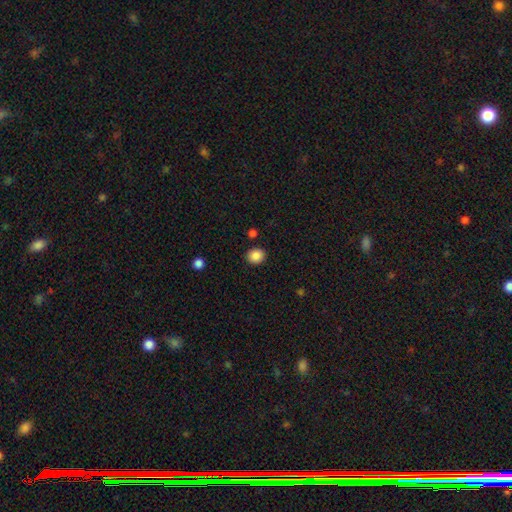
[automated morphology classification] smooth 87%, star or artifact 9%, featured or disk 3%. Down the decision tree: how rounded — round (76%); merging — none (89%).